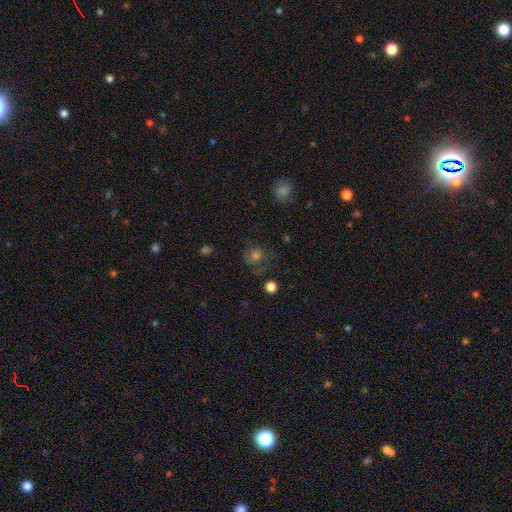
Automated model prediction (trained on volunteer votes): smooth 55%, star or artifact 23%, featured or disk 22%. Down the decision tree: how rounded — round (81%); merging — none (61%).